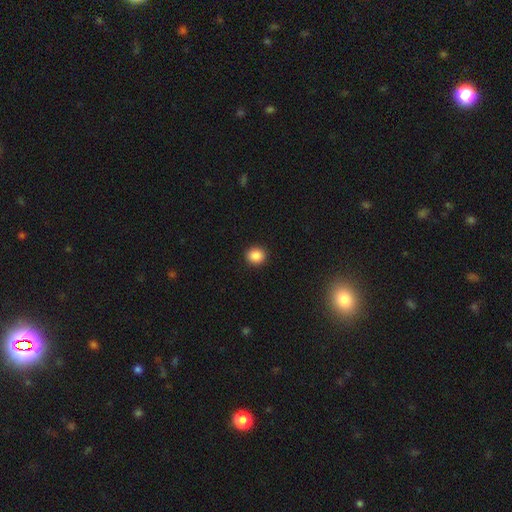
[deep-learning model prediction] Smooth or featured? Predicted: smooth (p=0.88). How rounded? Predicted: round (p=0.83). Merging? Predicted: none (p=0.92).